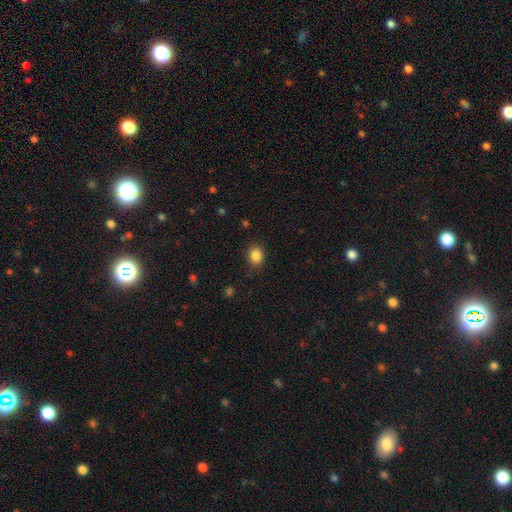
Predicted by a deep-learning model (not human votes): Smooth or featured: smooth — 85% (star or artifact — 10%)
How rounded: round — 59% (in between — 40%)
Merging: none — 83% (minor disturbance — 13%)